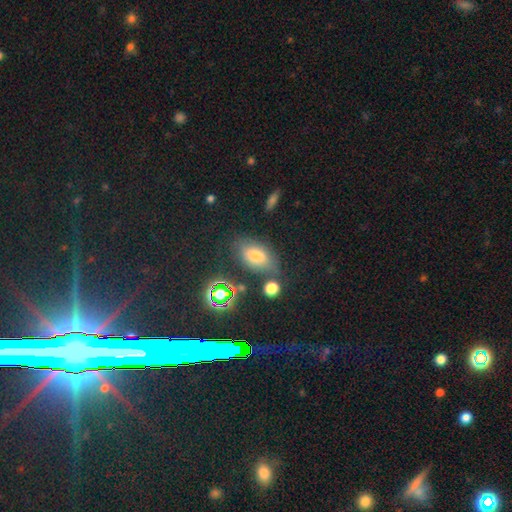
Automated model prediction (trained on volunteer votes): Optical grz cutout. It shows a smooth galaxy with no disk features (66%) that is in between round and cigar-shaped (86%). Merging: none (71%).